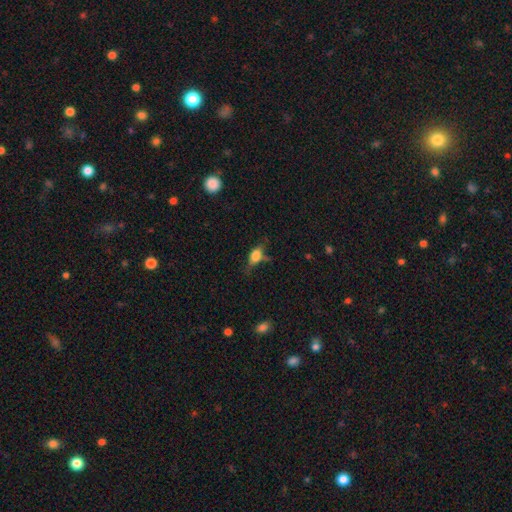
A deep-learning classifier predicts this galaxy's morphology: The model was most divided on "merging": none: 50%, minor disturbance: 30%, major disturbance: 15%, merger: 4%. More confident: how rounded — in between (79%); smooth or featured — smooth (72%).